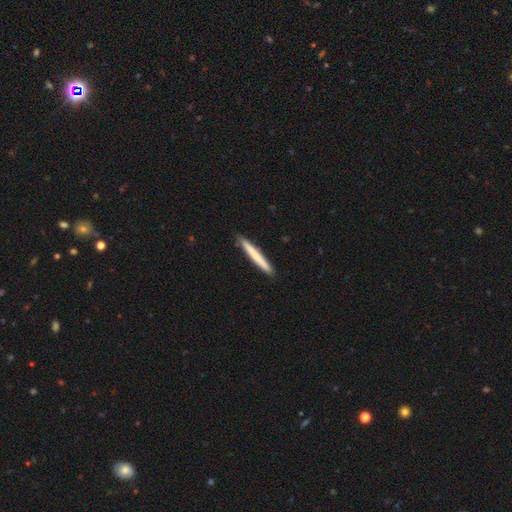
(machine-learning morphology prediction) This is likely a smooth galaxy (70%). How rounded: clearly cigar-shaped (97%). Merging: clearly none (91%).